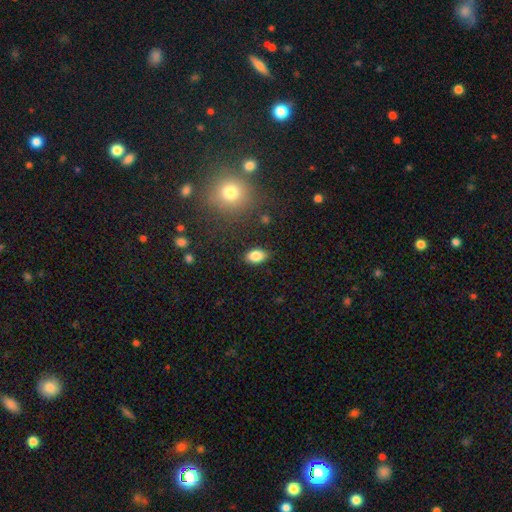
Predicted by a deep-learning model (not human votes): Q: Smooth or featured?
A: smooth (85%); runner-up: star or artifact (9%)
Q: How rounded?
A: in between (87%); runner-up: round (11%)
Q: Merging?
A: none (86%); runner-up: minor disturbance (10%)